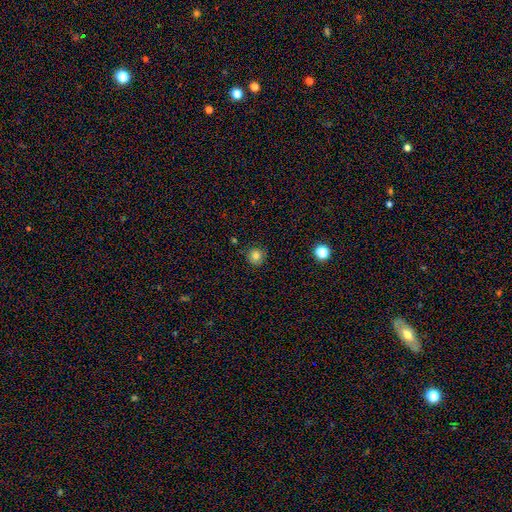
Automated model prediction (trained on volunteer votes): Smooth or featured: smooth — 81% (star or artifact — 12%)
How rounded: round — 93% (in between — 6%)
Merging: none — 85% (minor disturbance — 11%)